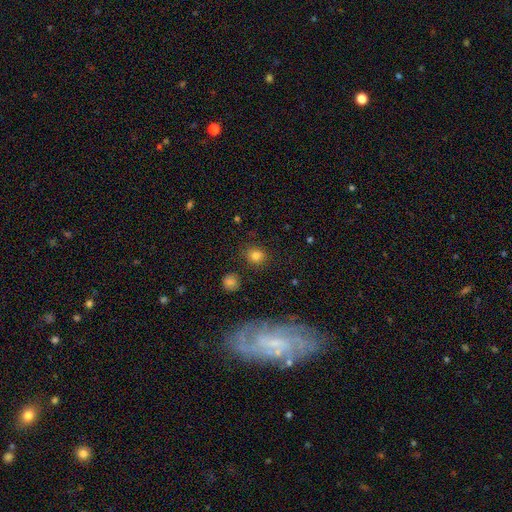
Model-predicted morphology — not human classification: A smooth galaxy with no disk features (82%) that is round (80%). Merging: none (85%).